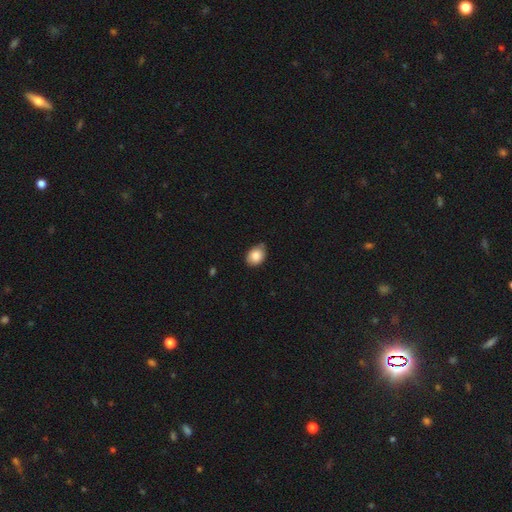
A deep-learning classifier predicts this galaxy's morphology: A smooth galaxy with no disk features (85%) that is in between round and cigar-shaped (75%). Merging: none (71%).